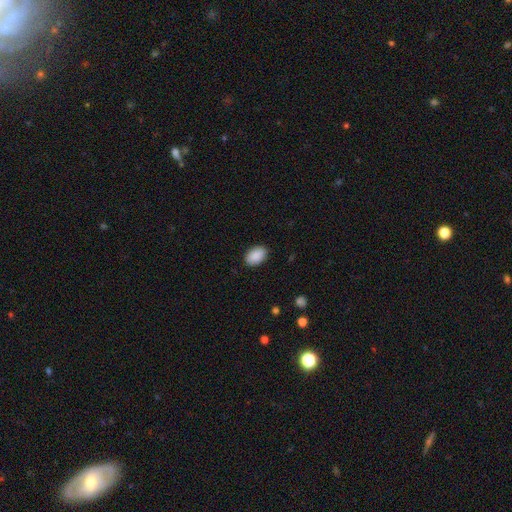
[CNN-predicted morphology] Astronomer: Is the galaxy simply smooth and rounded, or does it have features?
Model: smooth — 91%.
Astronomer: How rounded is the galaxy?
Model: in between — 90%.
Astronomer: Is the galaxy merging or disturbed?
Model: none — 89%.